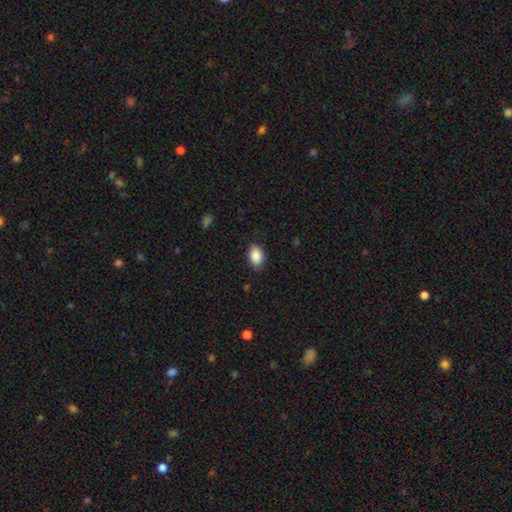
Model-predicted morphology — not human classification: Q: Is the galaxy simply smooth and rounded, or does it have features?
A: smooth — 88%.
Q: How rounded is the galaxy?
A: in between — 89%.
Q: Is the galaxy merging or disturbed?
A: none — 84%.